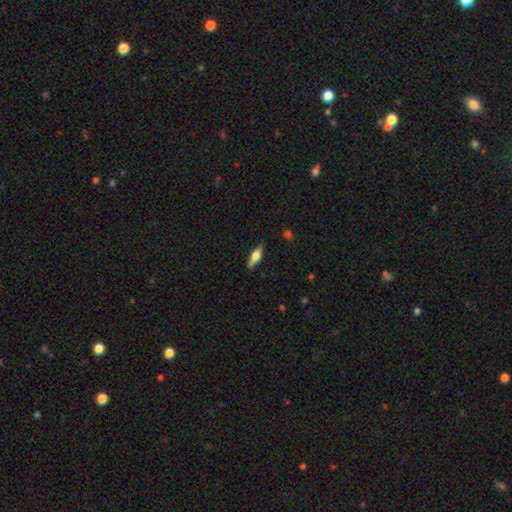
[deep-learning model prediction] Smooth or featured? featured or disk (49%)
Merging? none (86%)